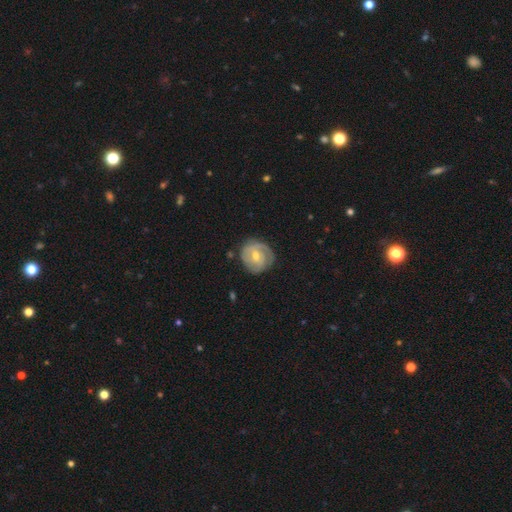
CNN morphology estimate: This appears to be a featured or disk galaxy (75%) with a weak bar (49%), 2 (49%) tight (65%) spiral arms (91%) and a moderate central bulge (58%). Merging: none (75%).